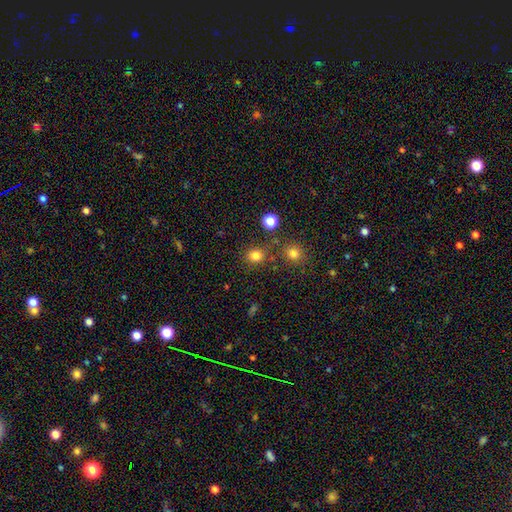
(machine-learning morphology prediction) Smooth or featured?
  - smooth: 80% *
  - star or artifact: 15%
  - featured or disk: 5%
How rounded?
  - round: 78% *
  - in between: 21%
  - cigar-shaped: 1%
Merging?
  - none: 75% *
  - minor disturbance: 11%
  - merger: 9%
  - major disturbance: 4%